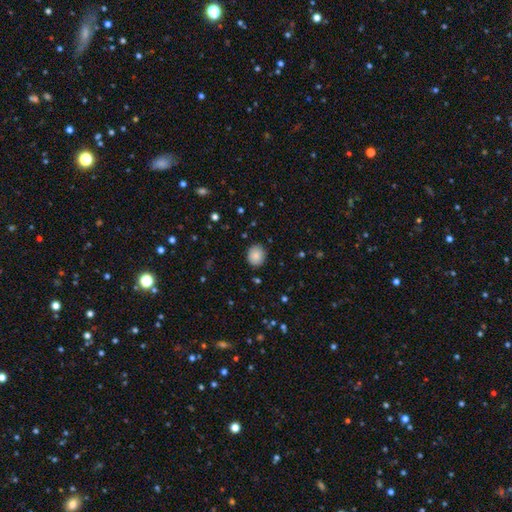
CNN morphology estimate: Overall: smooth (87%). How rounded: round (72%). Merging: none (88%).